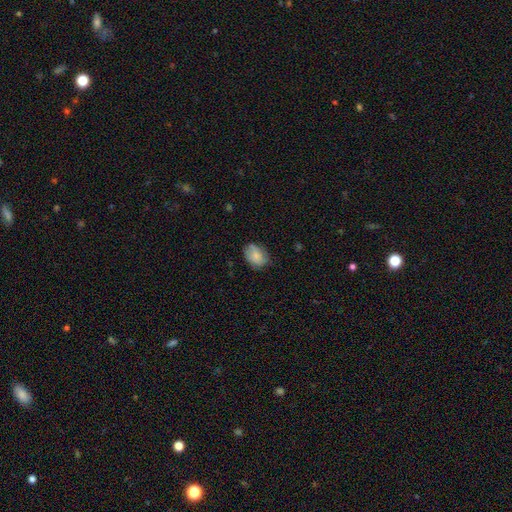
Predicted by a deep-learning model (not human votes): This is likely a smooth galaxy (76%). How rounded: likely in between (77%). Merging: likely none (68%).